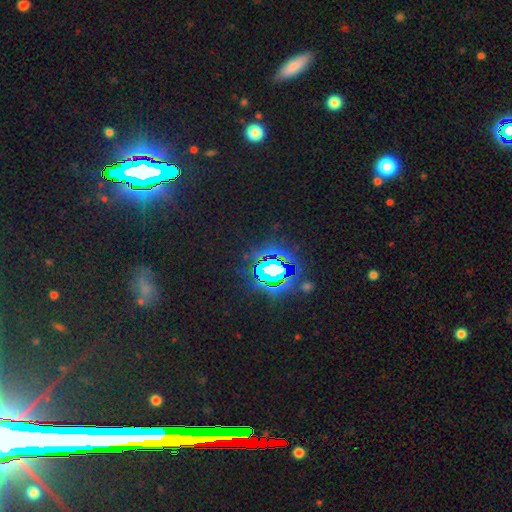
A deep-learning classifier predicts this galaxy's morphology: This appears to be a star or artifact, not a galaxy (82%).